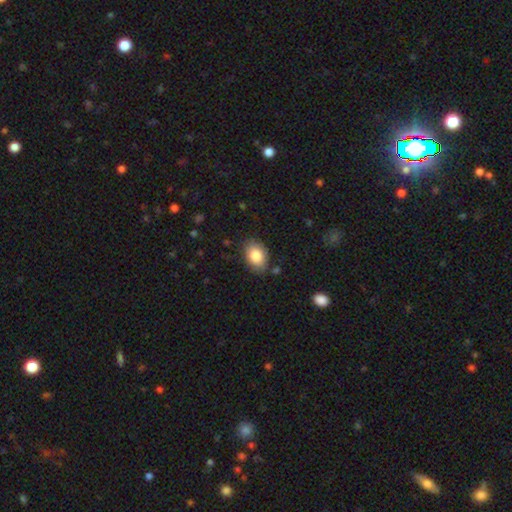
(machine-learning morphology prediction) smooth 84%, featured or disk 9%, star or artifact 7%. Down the decision tree: how rounded — in between (82%); merging — none (82%).